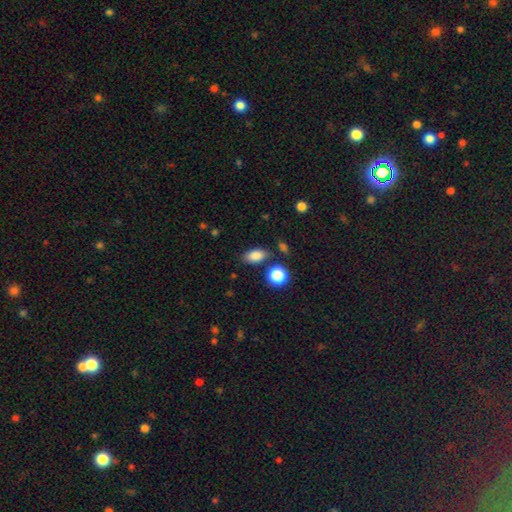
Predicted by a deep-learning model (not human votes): Overall: smooth (85%). How rounded: in between (85%). Merging: none (77%).